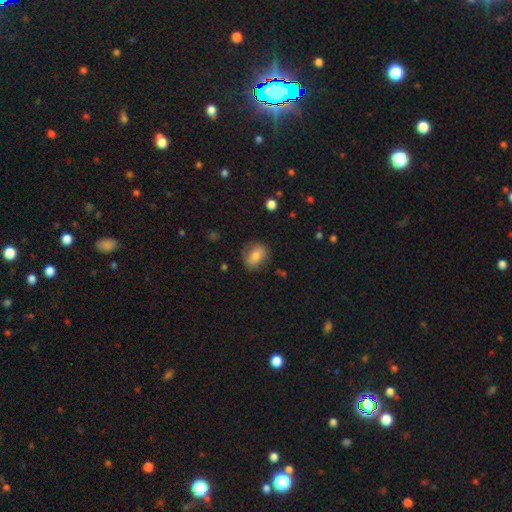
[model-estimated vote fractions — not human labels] A smooth galaxy with no disk features (77%) that is in between round and cigar-shaped (63%). Merging: none (79%).